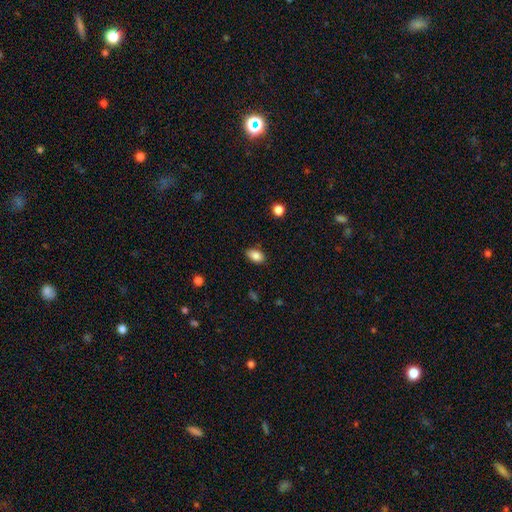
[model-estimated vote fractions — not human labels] This is clearly a smooth galaxy (86%). How rounded: clearly in between (88%). Merging: clearly none (85%).